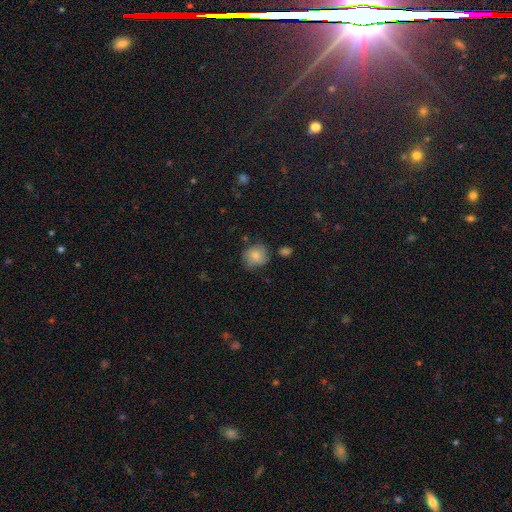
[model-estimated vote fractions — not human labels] smooth_or_featured: smooth (p=0.74) [alt: featured or disk p=0.18]
how_rounded: round (p=0.79) [alt: in between p=0.20]
merging: none (p=0.66) [alt: minor disturbance p=0.25]